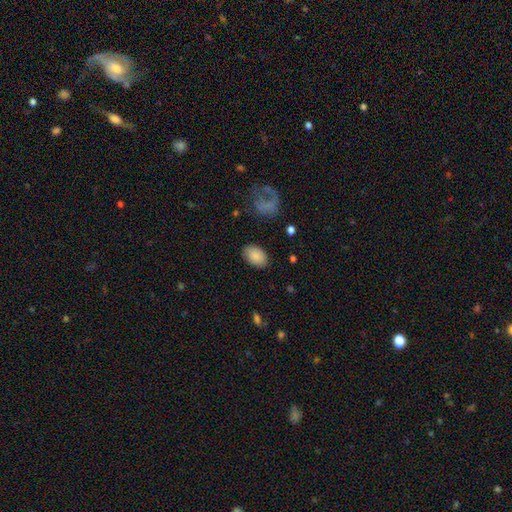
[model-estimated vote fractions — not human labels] smooth-or-featured: smooth: 85% | featured or disk: 8% | star or artifact: 7%
  how-rounded: in between: 87% | round: 12% | cigar-shaped: 1%
  merging: none: 85% | minor disturbance: 11% | major disturbance: 3% | merger: 2%